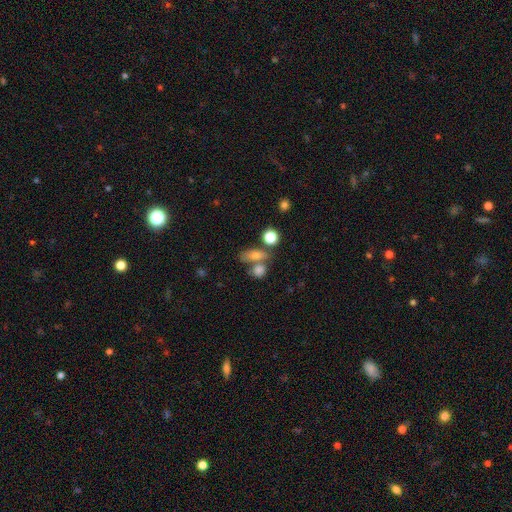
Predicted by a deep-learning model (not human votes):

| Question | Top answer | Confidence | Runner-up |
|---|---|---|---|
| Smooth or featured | smooth | 74% | featured or disk (14%) |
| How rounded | in between | 69% | round (23%) |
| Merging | none | 44% | merger (36%) |